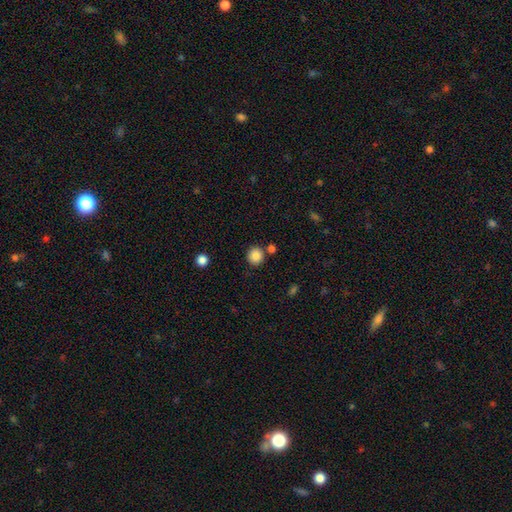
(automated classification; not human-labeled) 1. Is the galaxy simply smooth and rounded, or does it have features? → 85% smooth, 10% star or artifact, 5% featured or disk.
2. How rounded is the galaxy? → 91% round, 8% in between, 1% cigar-shaped.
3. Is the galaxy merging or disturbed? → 82% none, 8% merger, 8% minor disturbance, 2% major disturbance.